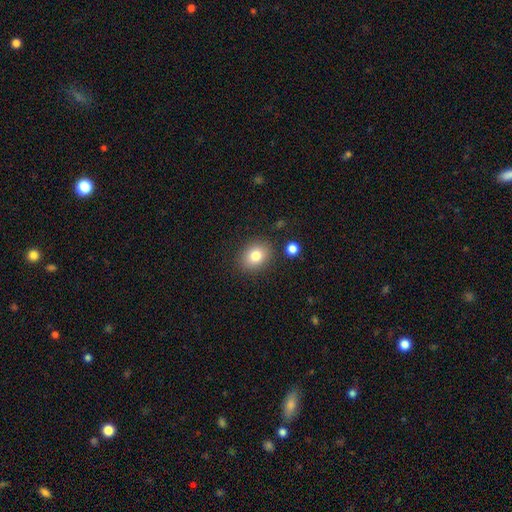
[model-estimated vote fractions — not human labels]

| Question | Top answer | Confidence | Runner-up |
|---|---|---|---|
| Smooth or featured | smooth | 81% | star or artifact (10%) |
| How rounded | in between | 52% | round (47%) |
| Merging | none | 85% | minor disturbance (9%) |